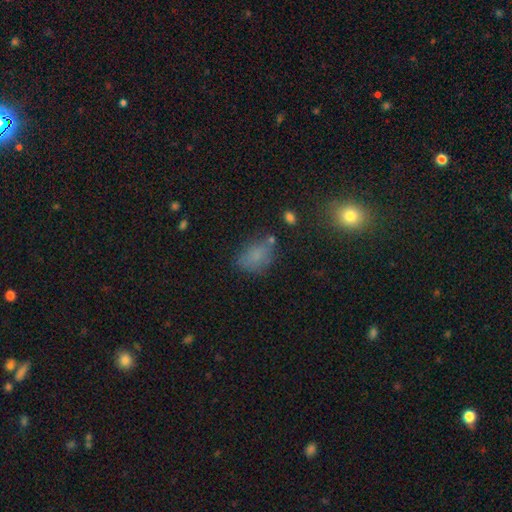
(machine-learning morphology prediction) Smooth or featured? Predicted: smooth (p=0.75). How rounded? Predicted: in between (p=0.80). Merging? Predicted: none (p=0.59).